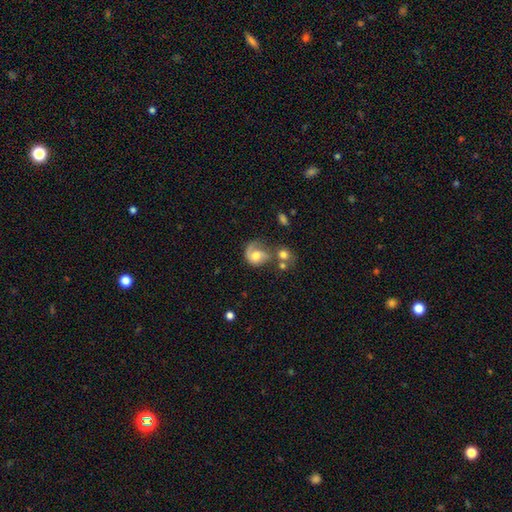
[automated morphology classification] Smooth or featured: featured or disk — 57% (smooth — 35%)
Edge-on disk: no — 97% (yes — 3%)
Bar: no — 71% (weak — 25%)
Spiral arms: yes — 83% (no — 17%)
Bulge size: moderate — 64% (large — 17%)
Merging: none — 34% (major disturbance — 26%)